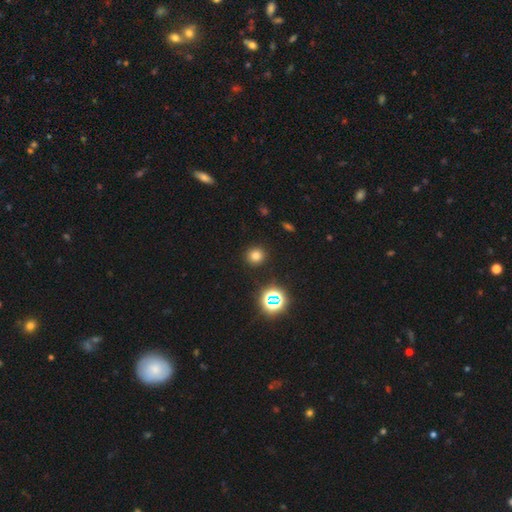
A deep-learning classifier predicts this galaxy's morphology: Q: Smooth or featured?
A: smooth (74%); runner-up: star or artifact (20%)
Q: How rounded?
A: round (91%); runner-up: in between (8%)
Q: Merging?
A: none (91%); runner-up: minor disturbance (5%)